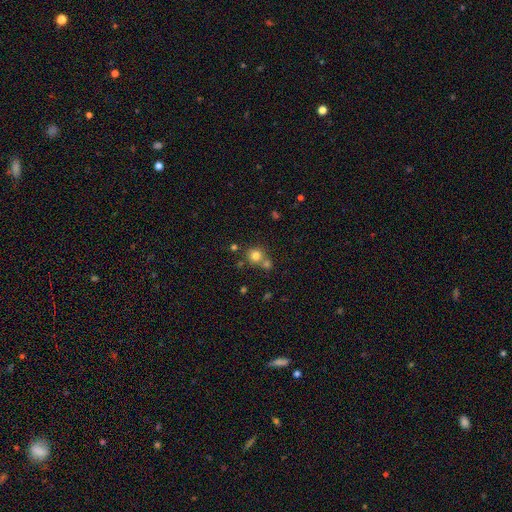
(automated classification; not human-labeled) A smooth galaxy with no disk features (77%) that is round (89%).

Vote fractions:
- Smooth or featured? smooth: 77% / star or artifact: 14% / featured or disk: 9%
- How rounded? round: 89% / in between: 11% / cigar-shaped: 1%
- Merging? none: 56% / merger: 33% / minor disturbance: 8% / major disturbance: 3%